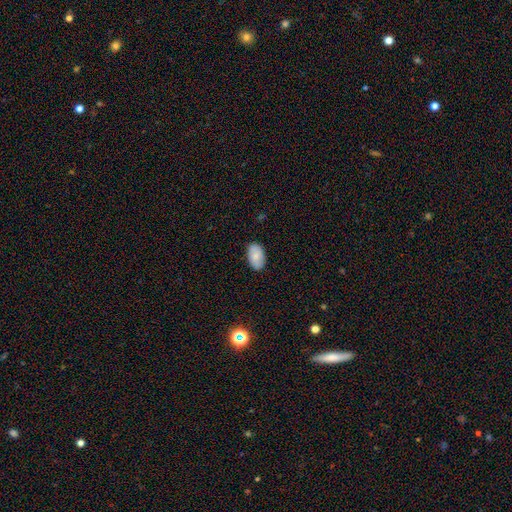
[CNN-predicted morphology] Smooth or featured? Predicted: smooth (p=0.83). How rounded? Predicted: in between (p=0.94). Merging? Predicted: none (p=0.86).